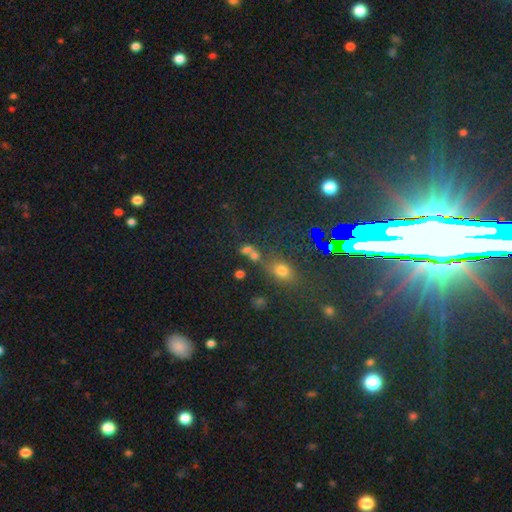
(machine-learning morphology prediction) The model was most divided on "smooth or featured": star or artifact: 67%, smooth: 17%, featured or disk: 16%.